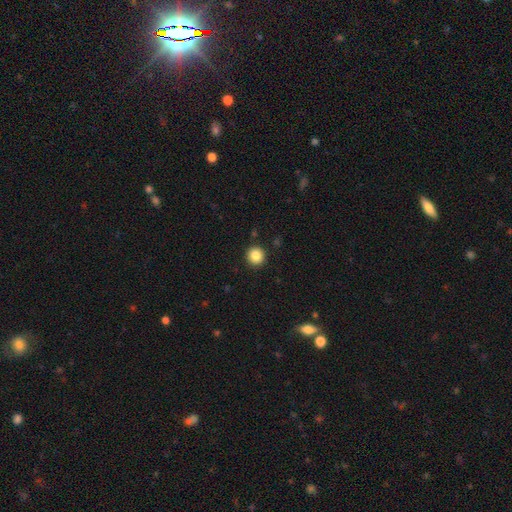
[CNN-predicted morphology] type=smooth (86%); roundness=round (93%); merging=none (92%).